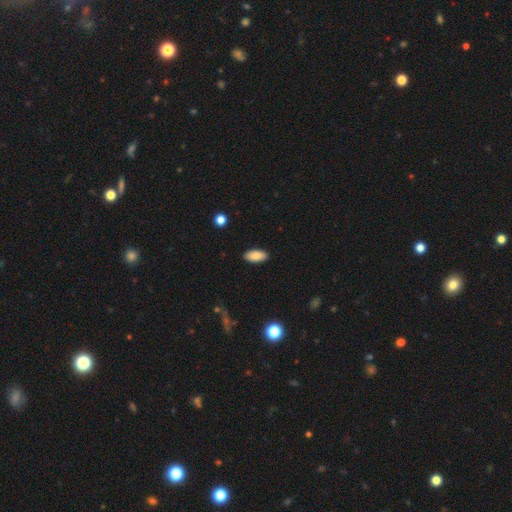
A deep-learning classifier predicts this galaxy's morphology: Overall: smooth (86%). How rounded: in between (92%). Merging: none (89%).